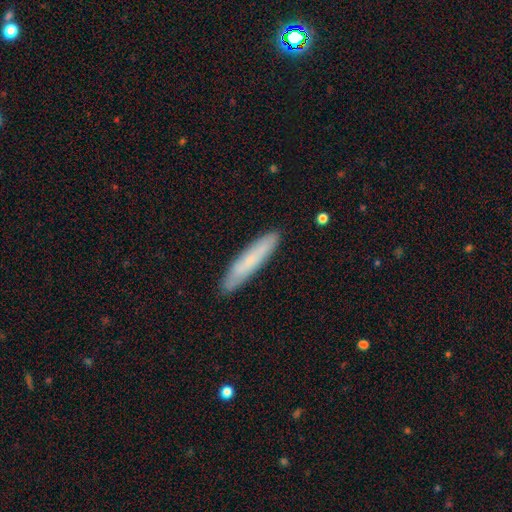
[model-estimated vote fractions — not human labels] Q: Smooth or featured?
A: smooth (66%); runner-up: featured or disk (26%)
Q: How rounded?
A: cigar-shaped (90%); runner-up: in between (9%)
Q: Merging?
A: none (89%); runner-up: minor disturbance (8%)